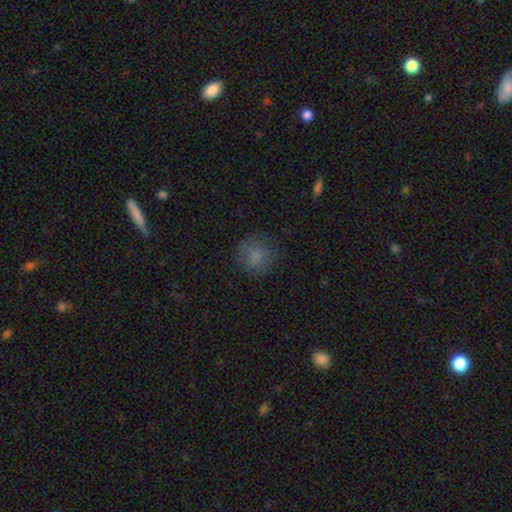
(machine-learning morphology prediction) smooth_or_featured: smooth (p=0.79) [alt: star or artifact p=0.11]
how_rounded: round (p=0.91) [alt: in between p=0.08]
merging: none (p=0.78) [alt: minor disturbance p=0.15]